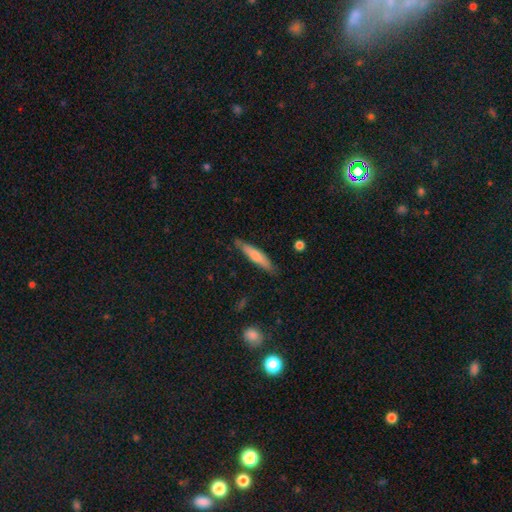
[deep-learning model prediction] This appears to be a smooth galaxy with no disk features (67%) that is cigar-shaped (87%). Merging: none (80%).